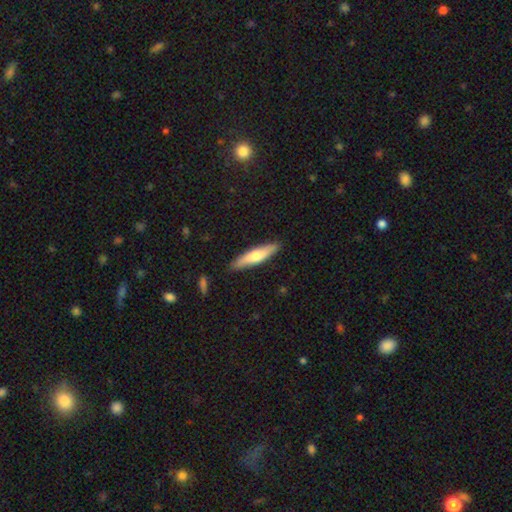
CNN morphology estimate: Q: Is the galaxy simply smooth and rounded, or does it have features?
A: smooth — 60%.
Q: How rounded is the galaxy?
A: cigar-shaped — 79%.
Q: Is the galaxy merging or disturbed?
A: none — 88%.